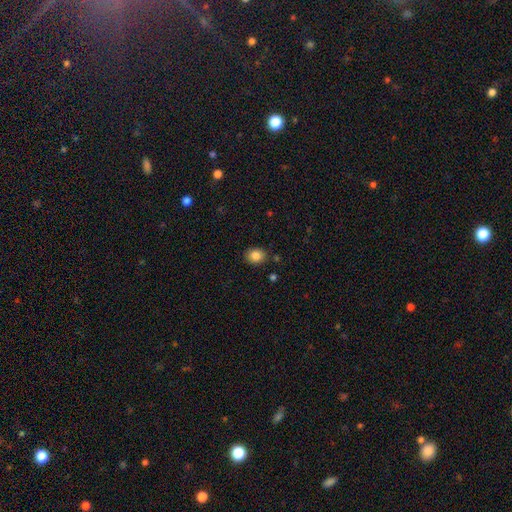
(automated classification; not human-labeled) smooth-or-featured: smooth: 85% | star or artifact: 10% | featured or disk: 5%
  how-rounded: round: 56% | in between: 43% | cigar-shaped: 1%
  merging: none: 86% | minor disturbance: 9% | merger: 2% | major disturbance: 2%